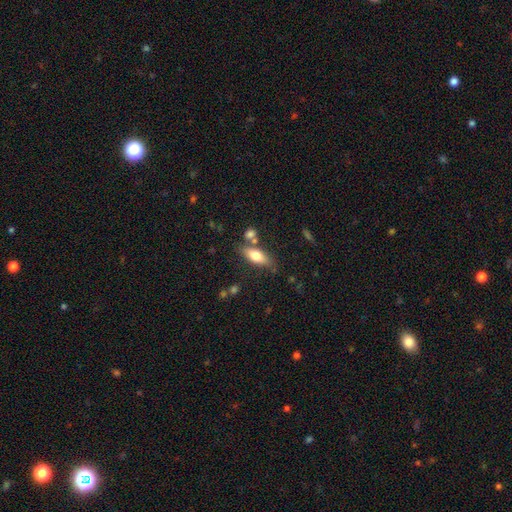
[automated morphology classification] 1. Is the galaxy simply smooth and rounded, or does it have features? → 69% smooth, 24% featured or disk, 7% star or artifact.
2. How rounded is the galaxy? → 72% in between, 25% cigar-shaped, 4% round.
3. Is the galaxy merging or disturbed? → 70% none, 14% minor disturbance, 12% merger, 4% major disturbance.